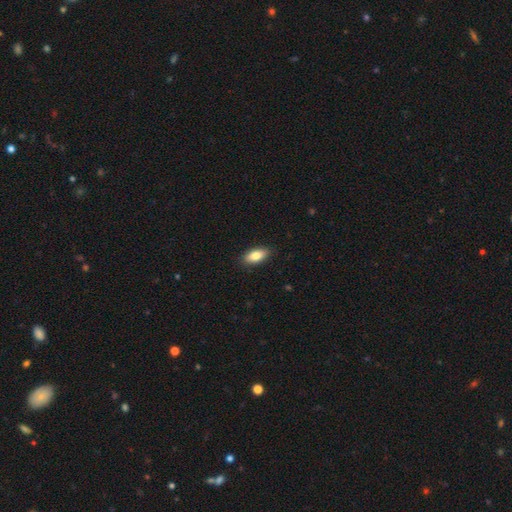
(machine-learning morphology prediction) Smooth or featured? Predicted: smooth (p=0.84). How rounded? Predicted: in between (p=0.89). Merging? Predicted: none (p=0.89).